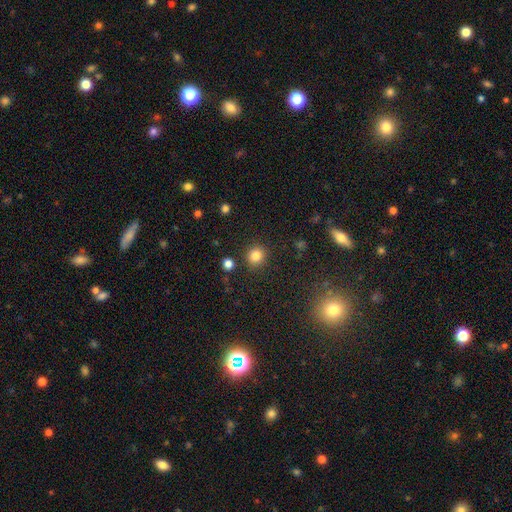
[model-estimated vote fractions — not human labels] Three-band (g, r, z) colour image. It shows a smooth galaxy with no disk features (83%) that is round (88%). Merging: none (88%).